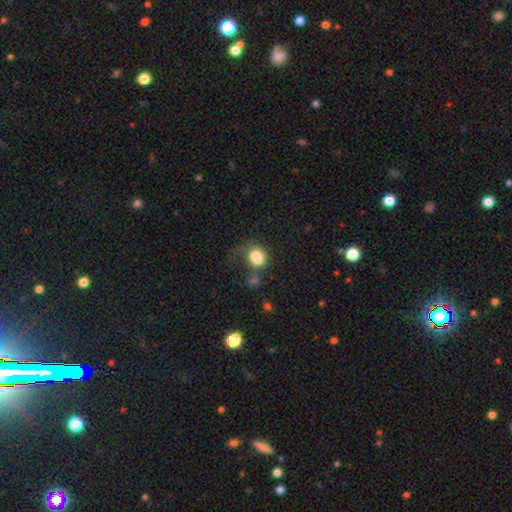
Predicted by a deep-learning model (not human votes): The model was most divided on "merging": merger: 37%, none: 26%, major disturbance: 20%, minor disturbance: 17%. More confident: smooth or featured — smooth (75%); how rounded — round (62%).